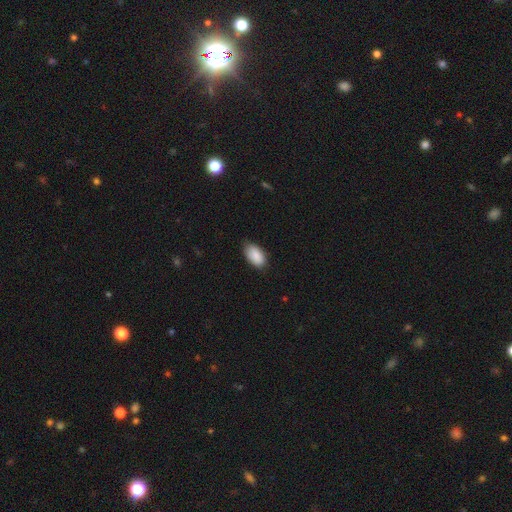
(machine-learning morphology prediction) smooth_or_featured: smooth (p=0.89) [alt: star or artifact p=0.06]
how_rounded: in between (p=0.94) [alt: round p=0.04]
merging: none (p=0.76) [alt: minor disturbance p=0.20]